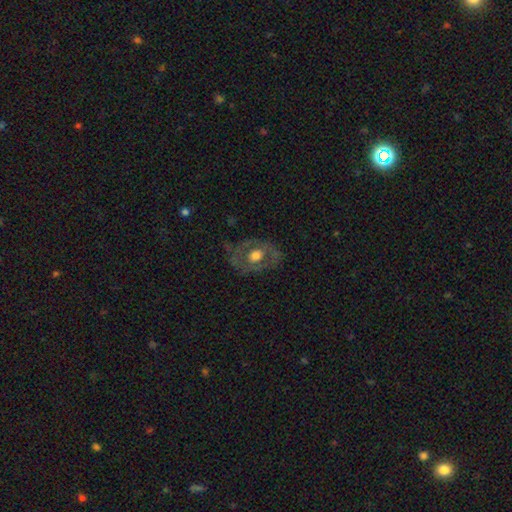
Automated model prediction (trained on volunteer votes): Smooth or featured: featured or disk — 54% (smooth — 38%)
Edge-on disk: no — 93% (yes — 7%)
Bar: no — 88% (weak — 9%)
Spiral arms: no — 83% (yes — 17%)
Bulge size: moderate — 53% (large — 38%)
Merging: none — 69% (minor disturbance — 18%)